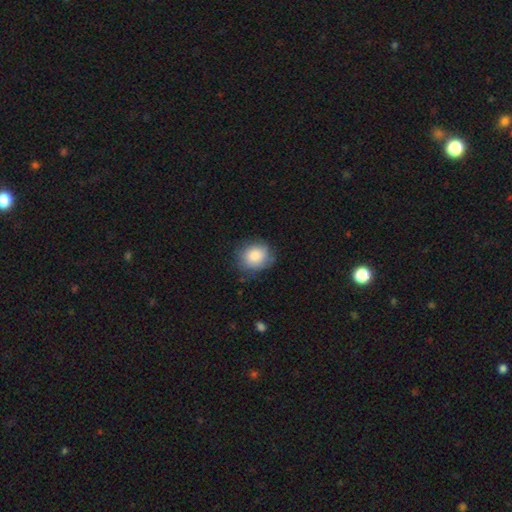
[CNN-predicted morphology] The model was most divided on "how rounded": round: 67%, in between: 32%, cigar-shaped: 1%. More confident: smooth or featured — smooth (83%); merging — none (72%).